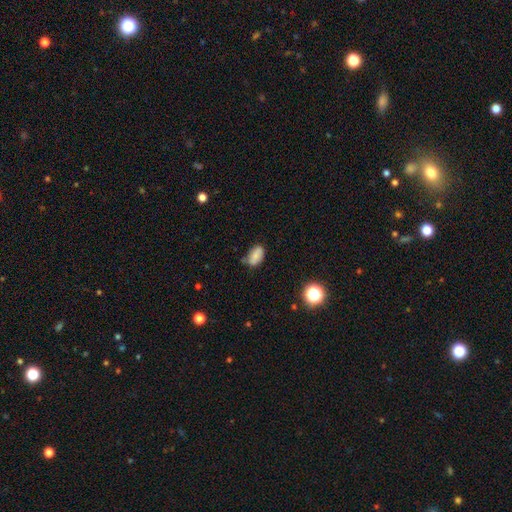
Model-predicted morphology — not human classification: The model was most divided on "merging": none: 61%, minor disturbance: 27%, merger: 6%, major disturbance: 5%. More confident: how rounded — in between (89%); smooth or featured — smooth (76%).